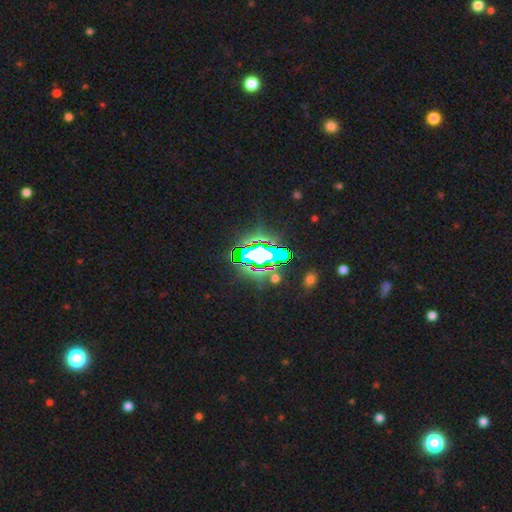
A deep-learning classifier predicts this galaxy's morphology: Smooth or featured: star or artifact — 75% (featured or disk — 14%)